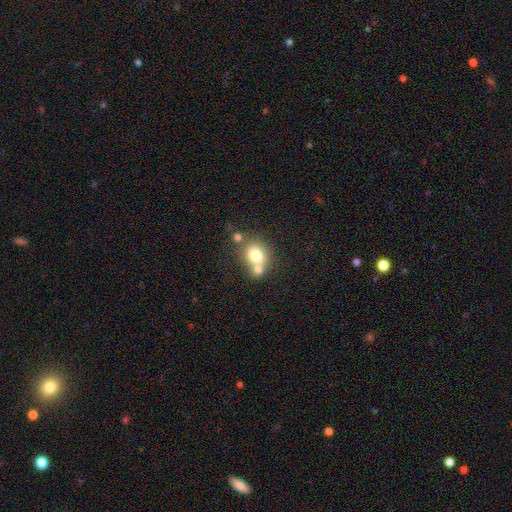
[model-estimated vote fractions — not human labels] Smooth or featured: smooth — 75% (featured or disk — 15%)
How rounded: round — 56% (in between — 43%)
Merging: merger — 50% (none — 36%)